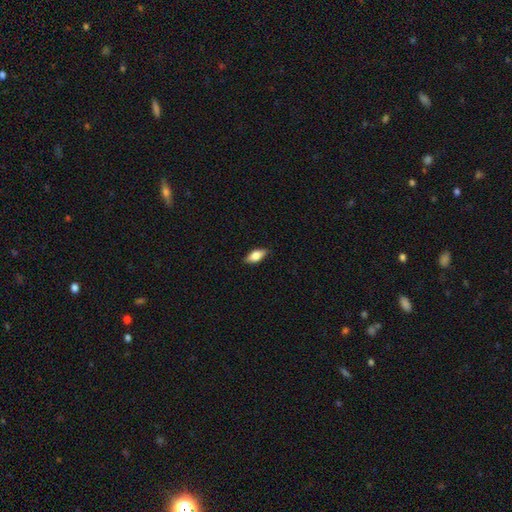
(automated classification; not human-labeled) A smooth galaxy with no disk features (69%) that is in between round and cigar-shaped (81%). Merging: none (87%).